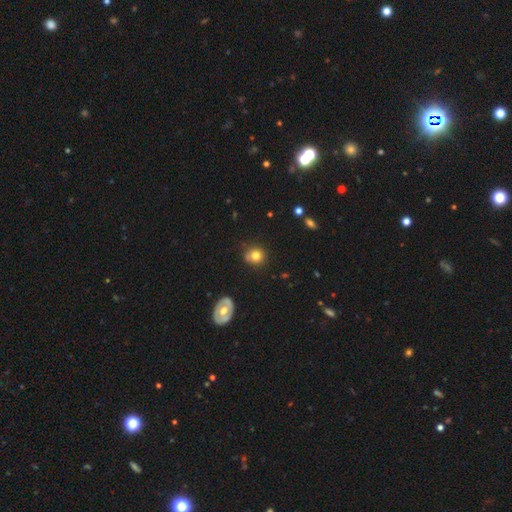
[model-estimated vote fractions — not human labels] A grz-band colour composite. It shows a smooth galaxy with no disk features (76%) that is round (85%). Merging: none (73%).